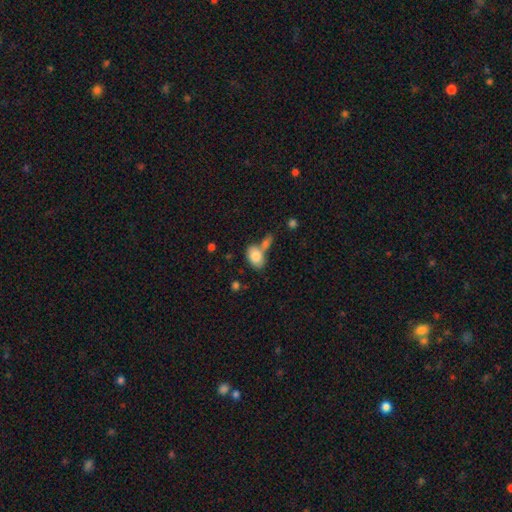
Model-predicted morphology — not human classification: Q: Smooth or featured?
A: smooth (82%); runner-up: featured or disk (11%)
Q: How rounded?
A: in between (88%); runner-up: round (11%)
Q: Merging?
A: none (45%); runner-up: merger (37%)